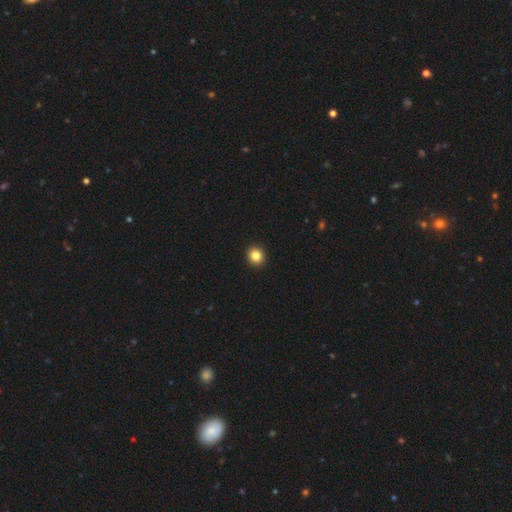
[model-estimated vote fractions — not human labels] A smooth galaxy with no disk features (85%) that is round (84%).

Vote fractions:
- Smooth or featured? smooth: 85% / star or artifact: 10% / featured or disk: 5%
- How rounded? round: 84% / in between: 16% / cigar-shaped: 1%
- Merging? none: 94% / minor disturbance: 4% / major disturbance: 1% / merger: 1%